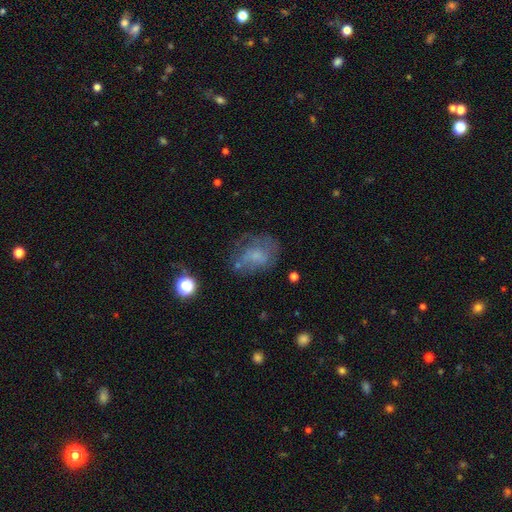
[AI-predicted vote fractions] Smooth or featured? Predicted: featured or disk (p=0.44). Merging? Predicted: none (p=0.45).